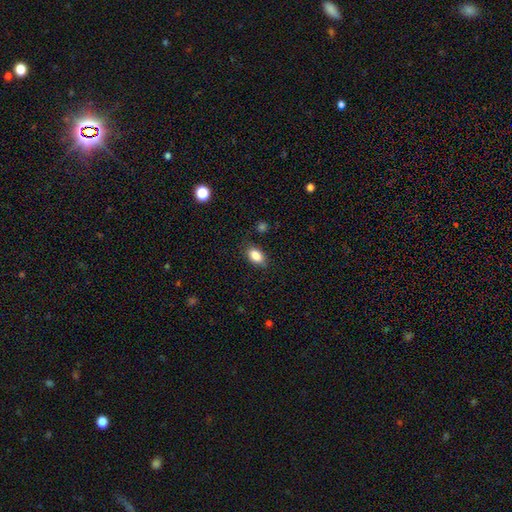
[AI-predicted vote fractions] Morphology: type=smooth (86%); roundness=in between (88%); merging=none (82%).